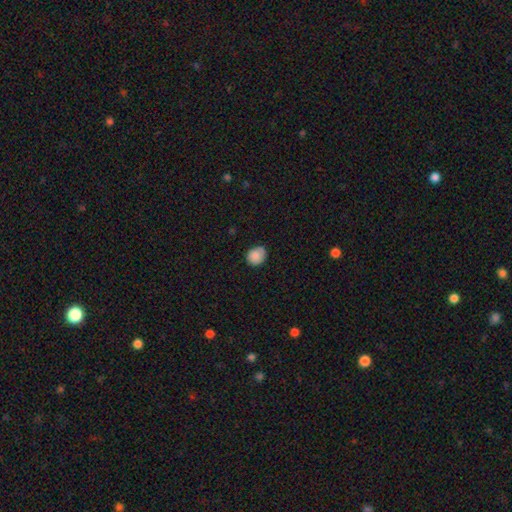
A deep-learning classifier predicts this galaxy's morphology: smooth 85%, star or artifact 9%, featured or disk 6%. Down the decision tree: how rounded — round (69%); merging — none (73%).